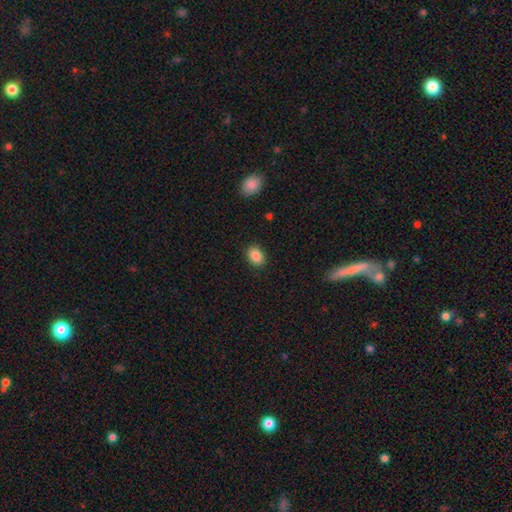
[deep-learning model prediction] smooth_or_featured: smooth (p=0.87) [alt: star or artifact p=0.09]
how_rounded: in between (p=0.72) [alt: round p=0.27]
merging: none (p=0.88) [alt: minor disturbance p=0.09]